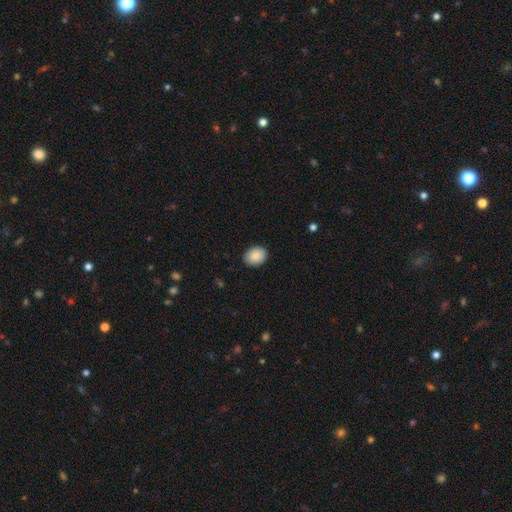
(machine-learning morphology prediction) The model was most divided on "how rounded": in between: 60%, round: 39%, cigar-shaped: 1%. More confident: merging — none (89%); smooth or featured — smooth (88%).